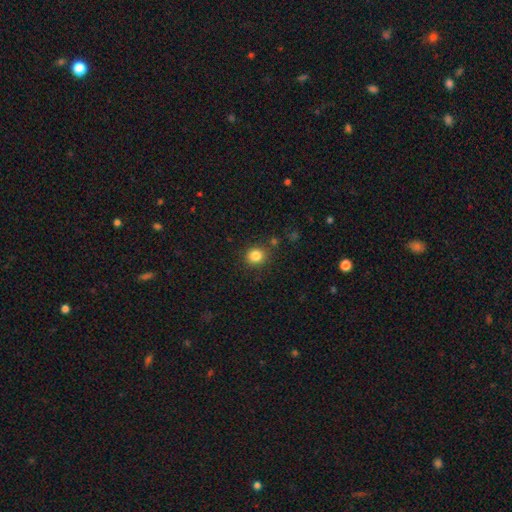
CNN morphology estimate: Smooth or featured?
  - smooth: 84% *
  - star or artifact: 11%
  - featured or disk: 5%
How rounded?
  - round: 84% *
  - in between: 15%
  - cigar-shaped: 1%
Merging?
  - none: 85% *
  - minor disturbance: 8%
  - merger: 3%
  - major disturbance: 3%